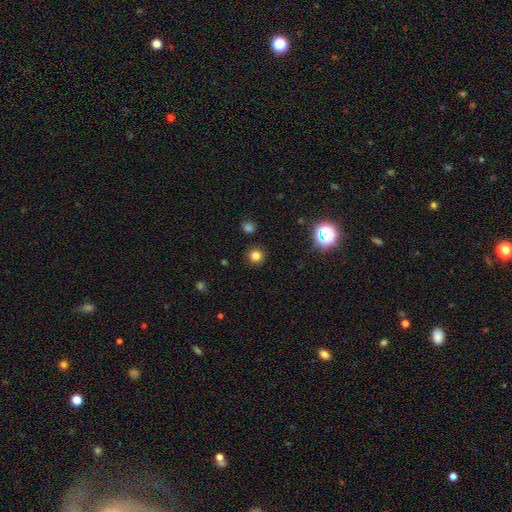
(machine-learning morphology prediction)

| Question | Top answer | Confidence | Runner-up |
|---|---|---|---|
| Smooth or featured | smooth | 79% | star or artifact (16%) |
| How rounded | round | 94% | in between (5%) |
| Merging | none | 91% | minor disturbance (5%) |